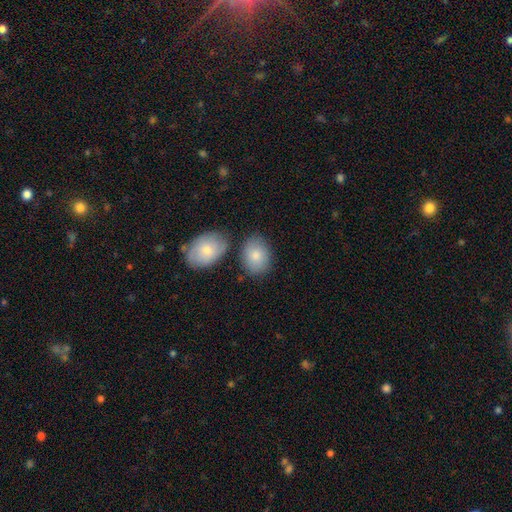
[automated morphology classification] smooth 82%, featured or disk 12%, star or artifact 6%. Down the decision tree: how rounded — in between (69%); merging — none (68%).